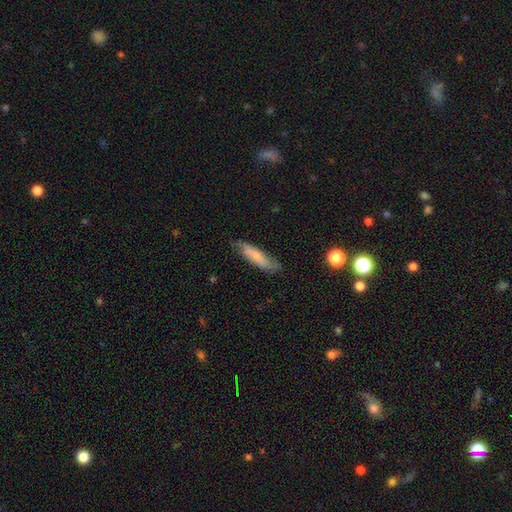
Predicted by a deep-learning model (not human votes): The model was most divided on "smooth or featured": smooth: 65%, featured or disk: 28%, star or artifact: 7%. More confident: how rounded — cigar-shaped (74%); merging — none (70%).